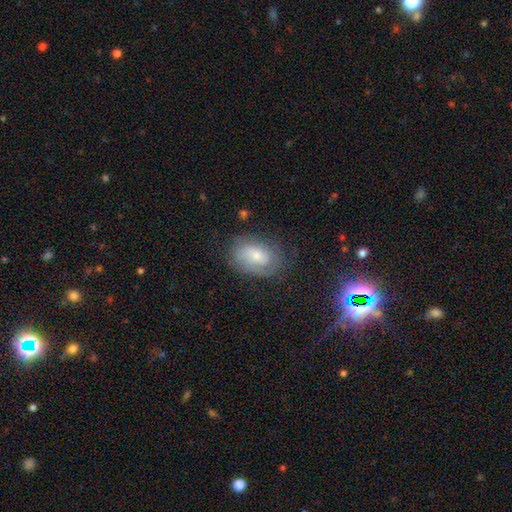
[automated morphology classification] Smooth or featured: smooth — 48% (featured or disk — 43%)
Merging: none — 64% (minor disturbance — 24%)